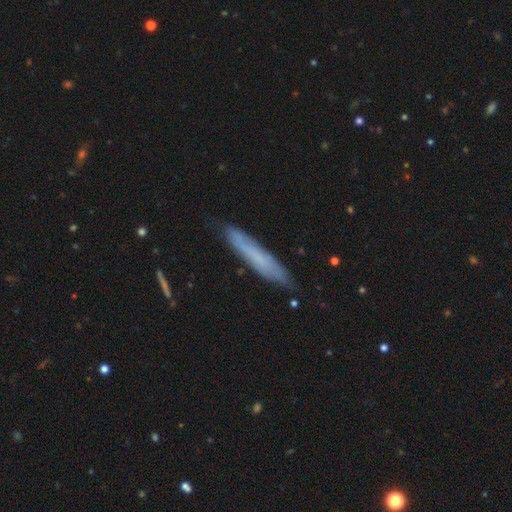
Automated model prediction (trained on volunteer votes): smooth-or-featured: smooth: 57% | featured or disk: 35% | star or artifact: 8%
  how-rounded: cigar-shaped: 92% | in between: 6% | round: 1%
  merging: none: 82% | minor disturbance: 14% | major disturbance: 3% | merger: 2%